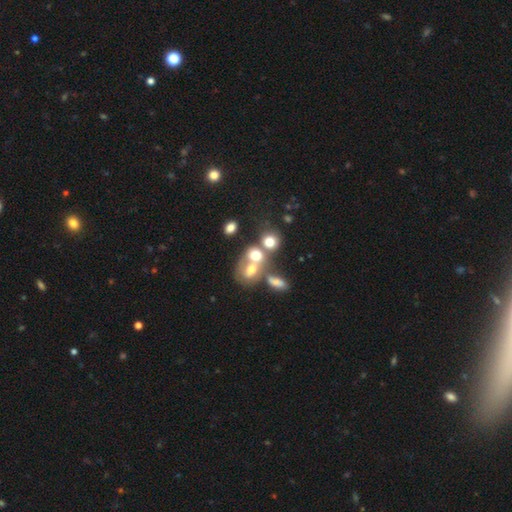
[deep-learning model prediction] Q: Smooth or featured?
A: smooth (61%); runner-up: featured or disk (24%)
Q: How rounded?
A: round (54%); runner-up: in between (44%)
Q: Merging?
A: merger (55%); runner-up: none (27%)